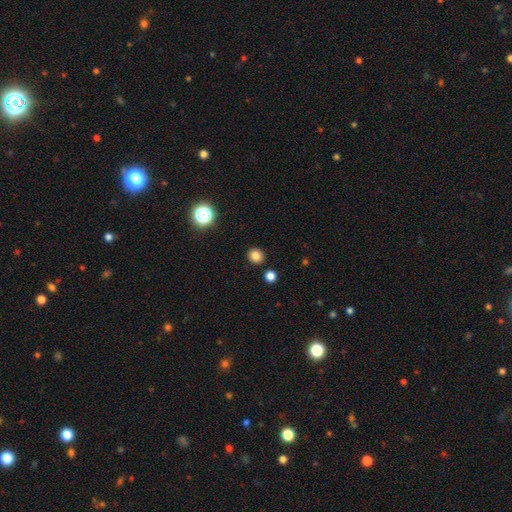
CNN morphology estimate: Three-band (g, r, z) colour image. It shows a smooth galaxy with no disk features (82%) that is round (76%). Merging: none (88%).